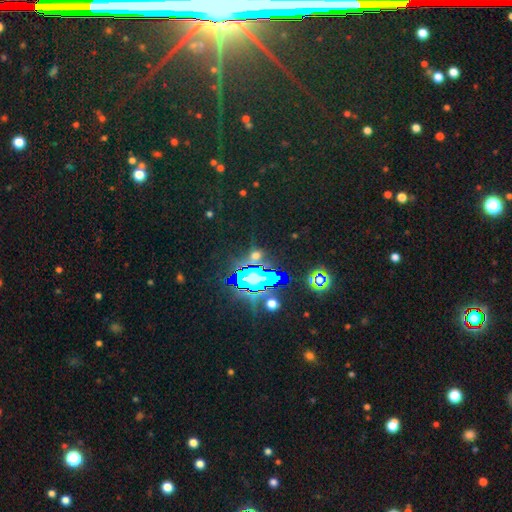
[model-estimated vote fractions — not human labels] A star or artifact, not a galaxy (70%).

Vote fractions:
- Smooth or featured? star or artifact: 70% / smooth: 18% / featured or disk: 12%